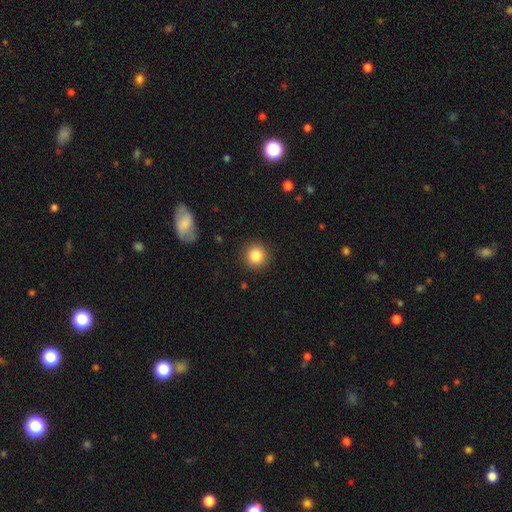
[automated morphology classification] Q: Smooth or featured?
A: smooth (86%); runner-up: star or artifact (9%)
Q: How rounded?
A: round (94%); runner-up: in between (5%)
Q: Merging?
A: none (91%); runner-up: minor disturbance (6%)